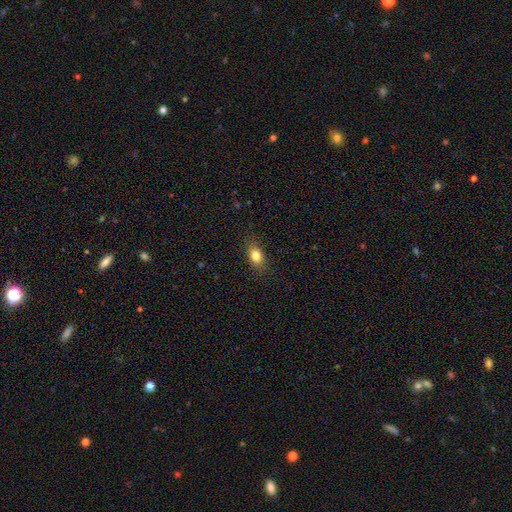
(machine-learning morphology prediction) Smooth or featured?
  - smooth: 81% *
  - star or artifact: 10%
  - featured or disk: 9%
How rounded?
  - in between: 79% *
  - round: 17%
  - cigar-shaped: 4%
Merging?
  - none: 85% *
  - minor disturbance: 11%
  - major disturbance: 3%
  - merger: 1%